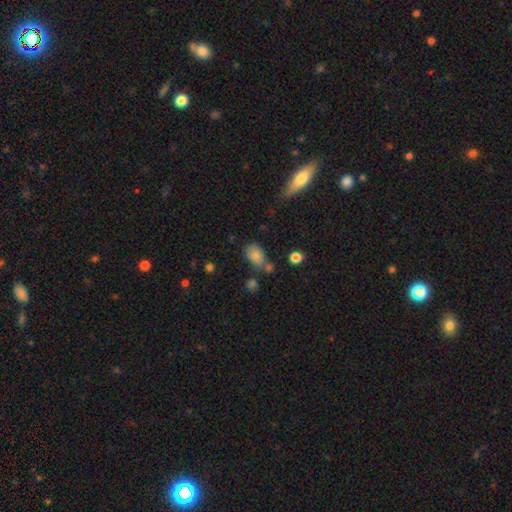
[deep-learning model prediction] Morphology: type=smooth (81%); roundness=in between (87%); merging=none (58%).